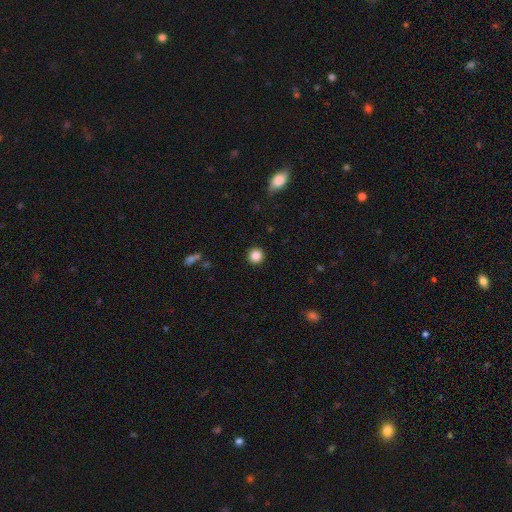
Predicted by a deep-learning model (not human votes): Q: Smooth or featured?
A: smooth (86%); runner-up: star or artifact (10%)
Q: How rounded?
A: round (95%); runner-up: in between (4%)
Q: Merging?
A: none (92%); runner-up: minor disturbance (5%)